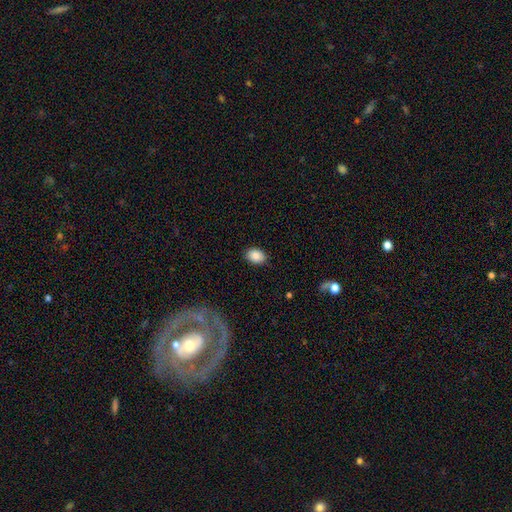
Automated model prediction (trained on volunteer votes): This appears to be a smooth galaxy with no disk features (88%) that is in between round and cigar-shaped (73%). Merging: none (87%).